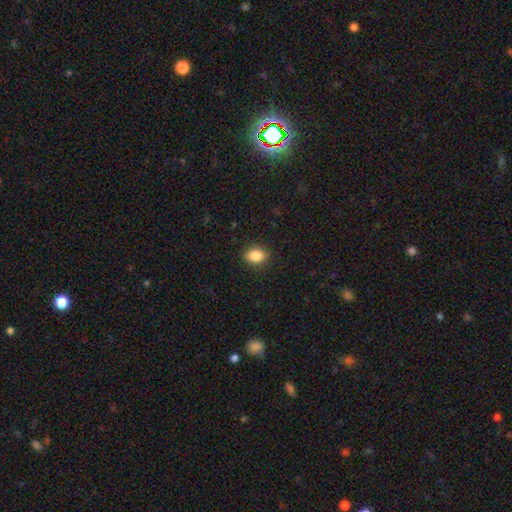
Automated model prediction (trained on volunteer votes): This is clearly a smooth galaxy (86%). How rounded: likely in between (72%). Merging: clearly none (88%).